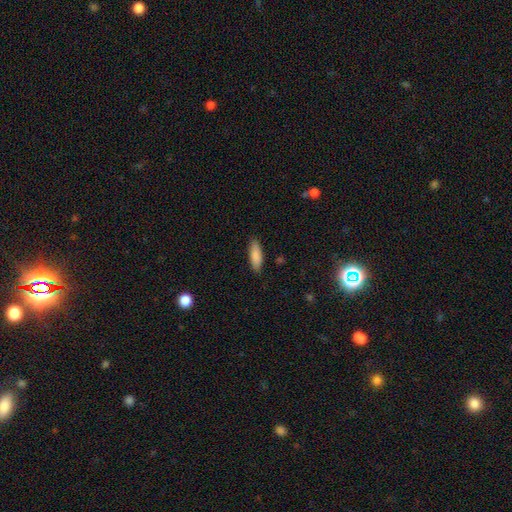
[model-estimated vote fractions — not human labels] This is clearly a smooth galaxy (87%). How rounded: possibly in between (59%). Merging: clearly none (87%).